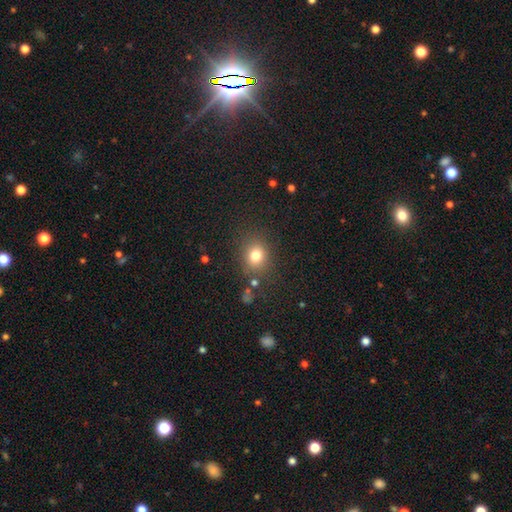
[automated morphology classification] This appears to be a smooth galaxy with no disk features (78%) that is round (71%). Merging: none (81%).